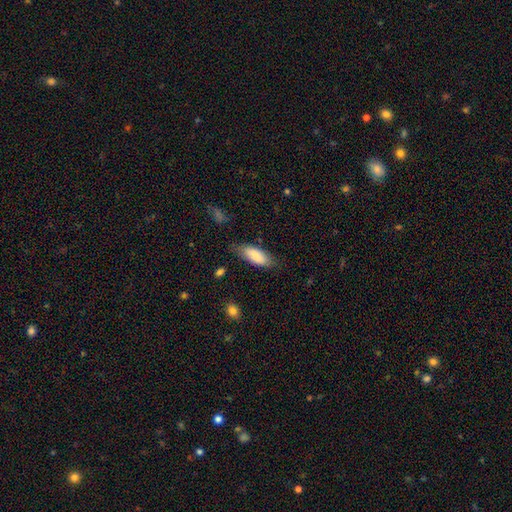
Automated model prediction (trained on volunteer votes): Smooth or featured?
  - smooth: 83% *
  - featured or disk: 11%
  - star or artifact: 6%
How rounded?
  - in between: 79% *
  - cigar-shaped: 19%
  - round: 2%
Merging?
  - none: 70% *
  - minor disturbance: 23%
  - major disturbance: 6%
  - merger: 2%